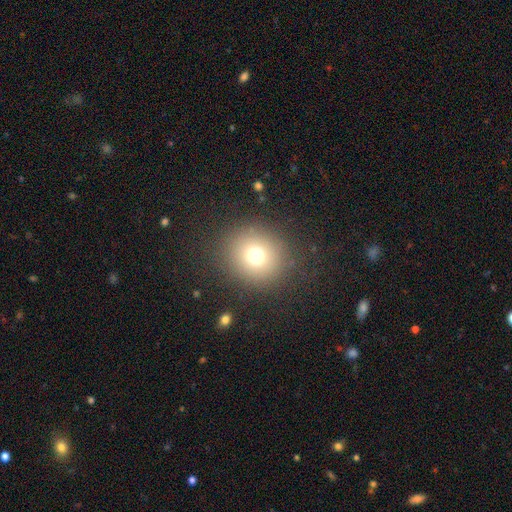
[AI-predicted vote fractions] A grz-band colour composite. It shows a smooth galaxy with no disk features (72%) that is round (88%). Merging: none (87%).